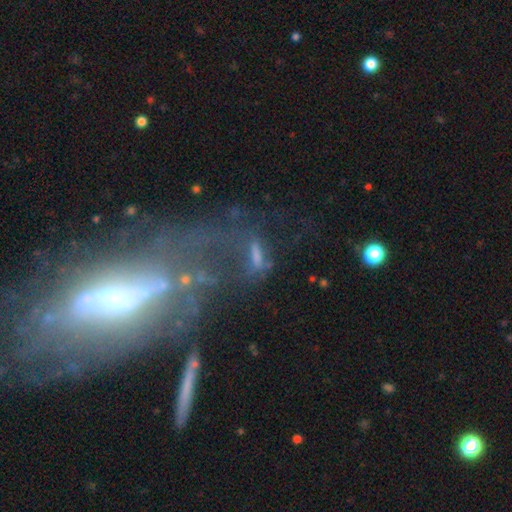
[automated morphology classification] smooth_or_featured: featured or disk (p=0.45) [alt: smooth p=0.29]
merging: none (p=0.39) [alt: major disturbance p=0.28]